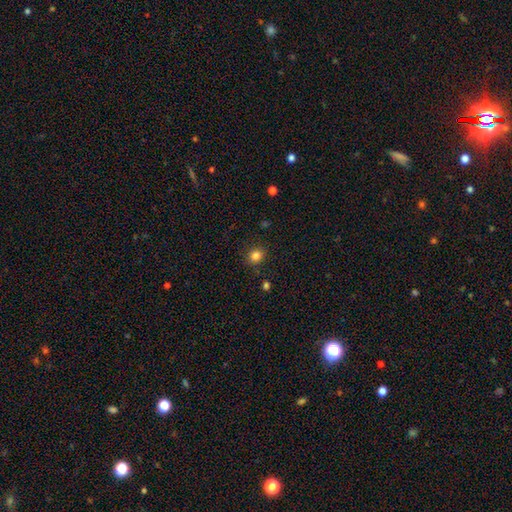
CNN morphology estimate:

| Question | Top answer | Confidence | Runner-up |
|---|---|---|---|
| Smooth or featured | smooth | 83% | star or artifact (12%) |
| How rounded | round | 69% | in between (30%) |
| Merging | none | 87% | minor disturbance (9%) |